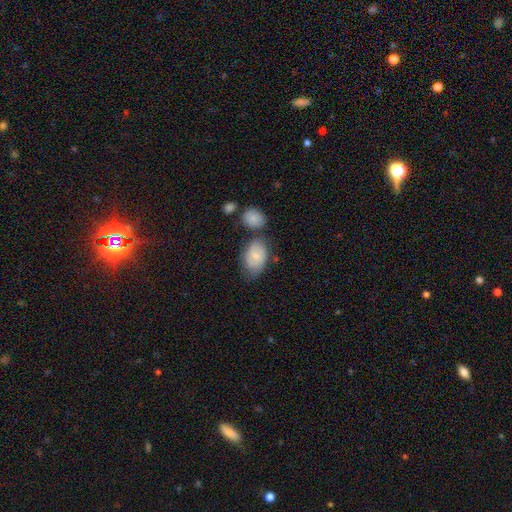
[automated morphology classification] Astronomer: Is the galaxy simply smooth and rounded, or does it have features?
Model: smooth — 69%.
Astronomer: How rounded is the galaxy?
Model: in between — 85%.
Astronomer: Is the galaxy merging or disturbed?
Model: none — 52%.